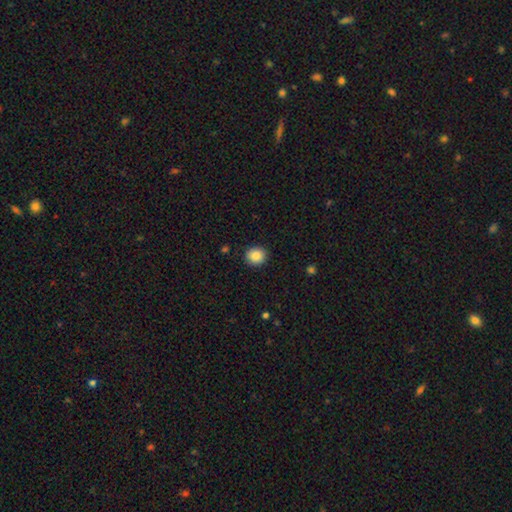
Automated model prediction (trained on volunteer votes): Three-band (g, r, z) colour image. It shows a smooth galaxy with no disk features (86%) that is round (85%). Merging: none (91%).